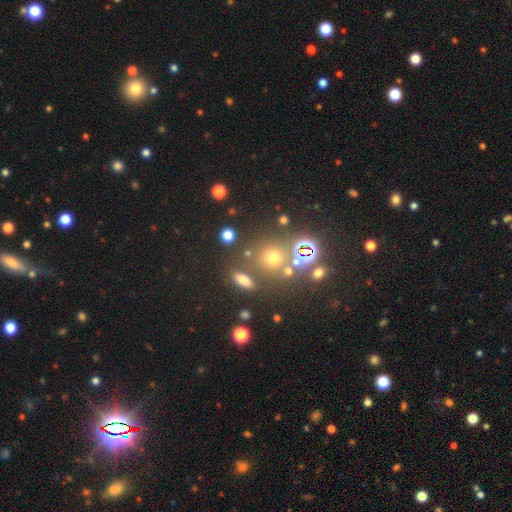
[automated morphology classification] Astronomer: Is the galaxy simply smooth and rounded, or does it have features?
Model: star or artifact — 51% (runner-up: smooth, 37%).